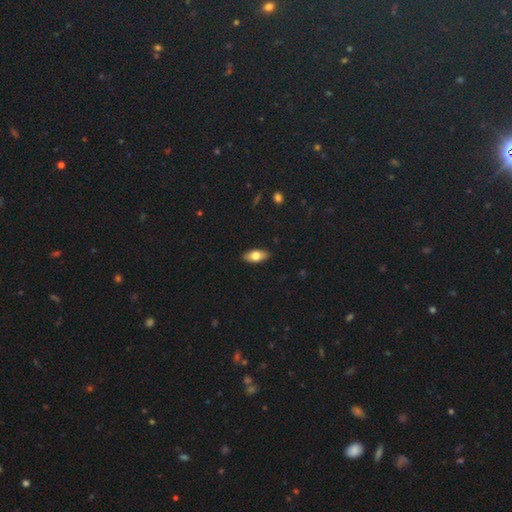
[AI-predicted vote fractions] A smooth galaxy with no disk features (75%) that is in between round and cigar-shaped (86%). Merging: none (89%).